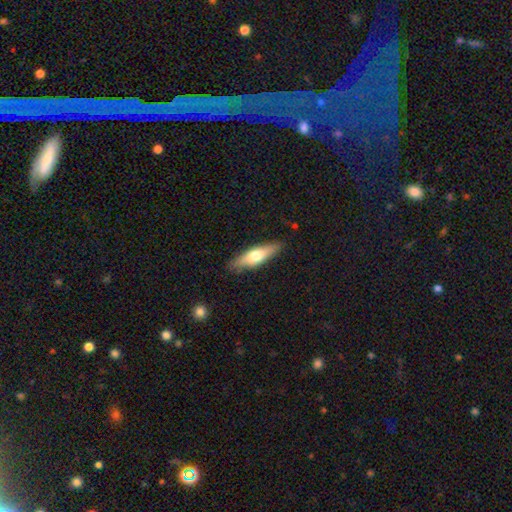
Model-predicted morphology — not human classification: Smooth or featured? smooth (59%)
How rounded? cigar-shaped (59%)
Merging? none (86%)